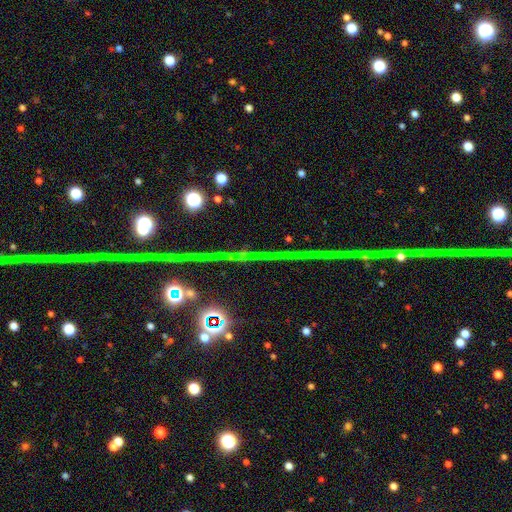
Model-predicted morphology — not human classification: type=star or artifact (78%).